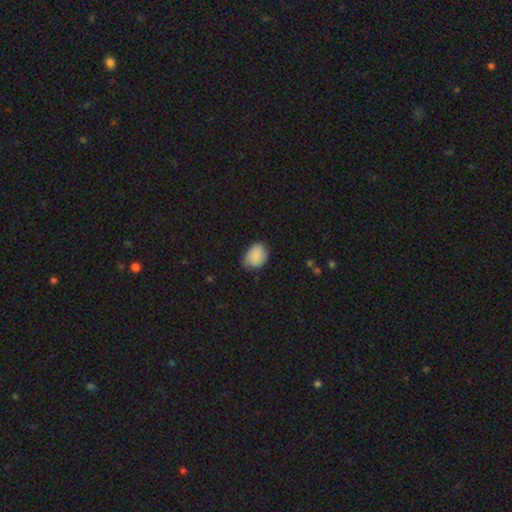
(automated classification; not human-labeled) A smooth galaxy with no disk features (85%) that is in between round and cigar-shaped (61%).

Vote fractions:
- Smooth or featured? smooth: 85% / featured or disk: 8% / star or artifact: 7%
- How rounded? in between: 61% / round: 38% / cigar-shaped: 1%
- Merging? none: 68% / minor disturbance: 26% / major disturbance: 5% / merger: 1%